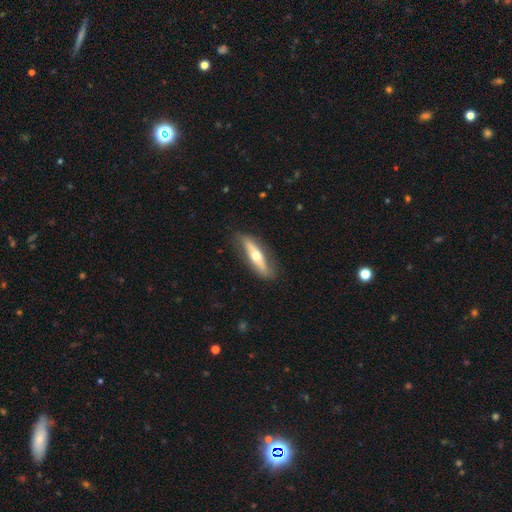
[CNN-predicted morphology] A featured or disk galaxy (57%) viewed edge-on (77%). Merging: none (82%).